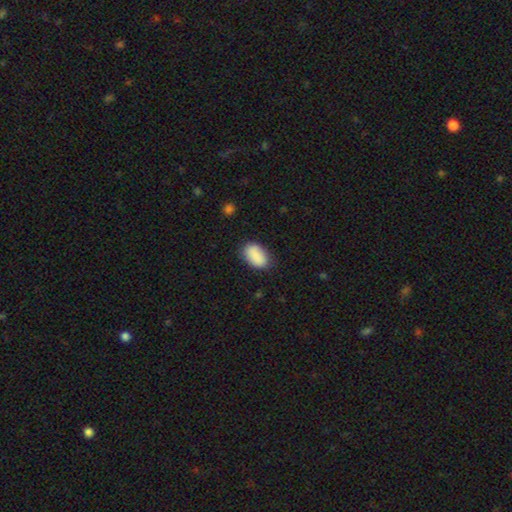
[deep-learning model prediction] The model was most divided on "merging": none: 80%, minor disturbance: 15%, major disturbance: 3%, merger: 1%. More confident: how rounded — in between (91%); smooth or featured — smooth (88%).